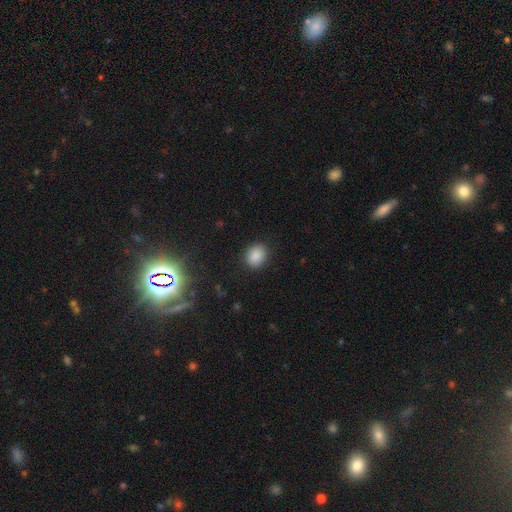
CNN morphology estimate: smooth_or_featured: smooth (p=0.87) [alt: star or artifact p=0.09]
how_rounded: round (p=0.57) [alt: in between p=0.43]
merging: none (p=0.88) [alt: minor disturbance p=0.08]